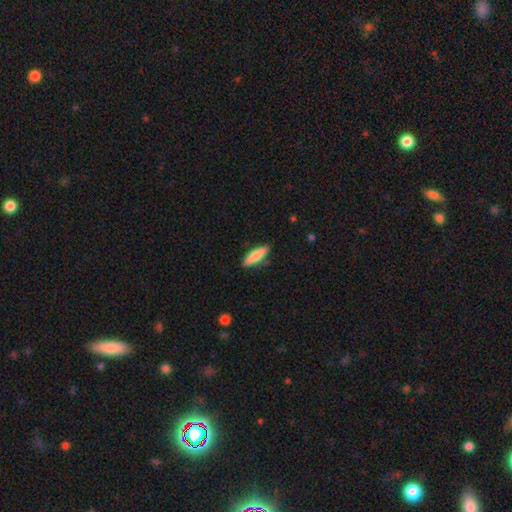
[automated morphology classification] A smooth galaxy with no disk features (82%) that is cigar-shaped (62%).

Vote fractions:
- Smooth or featured? smooth: 82% / featured or disk: 12% / star or artifact: 6%
- How rounded? cigar-shaped: 62% / in between: 37% / round: 2%
- Merging? none: 85% / minor disturbance: 11% / major disturbance: 2% / merger: 2%